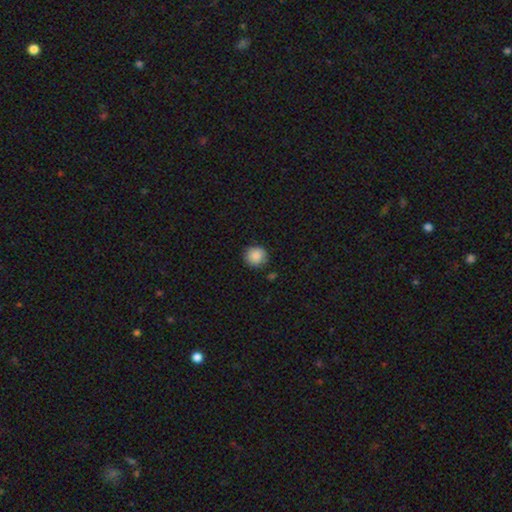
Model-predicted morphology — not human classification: Smooth or featured? Predicted: smooth (p=0.88). How rounded? Predicted: round (p=0.91). Merging? Predicted: none (p=0.86).